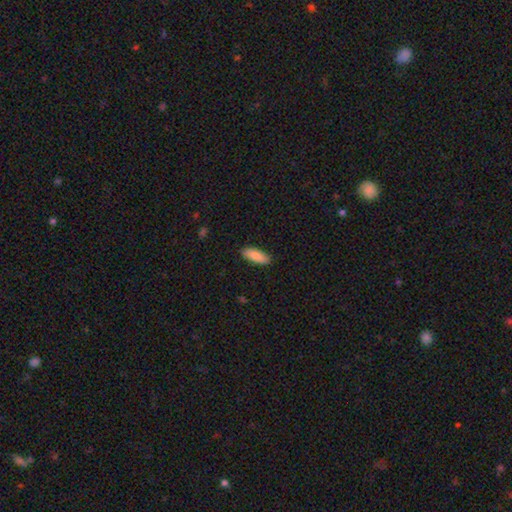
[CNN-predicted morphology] type=smooth (87%); roundness=in between (67%); merging=none (88%).